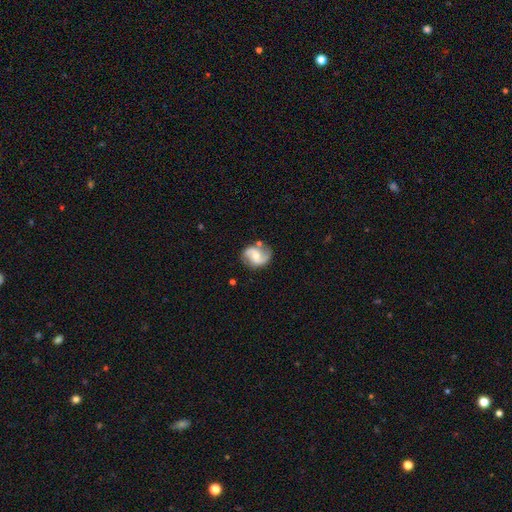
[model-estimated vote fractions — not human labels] Q: Smooth or featured?
A: featured or disk (83%); runner-up: smooth (12%)
Q: Edge-on disk?
A: no (98%); runner-up: yes (2%)
Q: Bar?
A: no (46%); runner-up: weak (42%)
Q: Spiral arms?
A: yes (96%); runner-up: no (4%)
Q: Spiral winding?
A: medium (46%); runner-up: loose (38%)
Q: Spiral arm count?
A: 2 (91%); runner-up: can't tell (3%)
Q: Bulge size?
A: moderate (57%); runner-up: small (36%)
Q: Merging?
A: none (73%); runner-up: minor disturbance (17%)